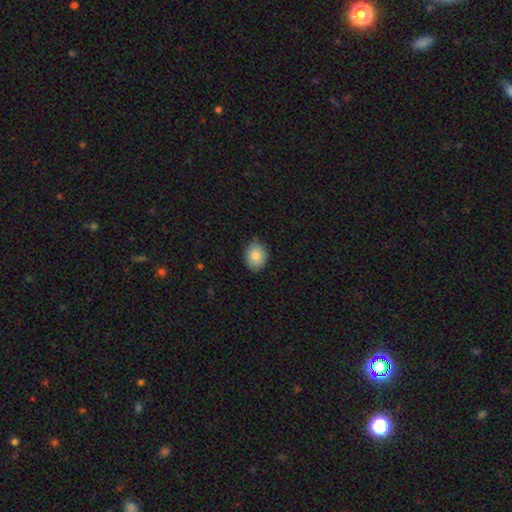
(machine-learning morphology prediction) Smooth or featured? Predicted: smooth (p=0.84). How rounded? Predicted: round (p=0.50). Merging? Predicted: none (p=0.83).